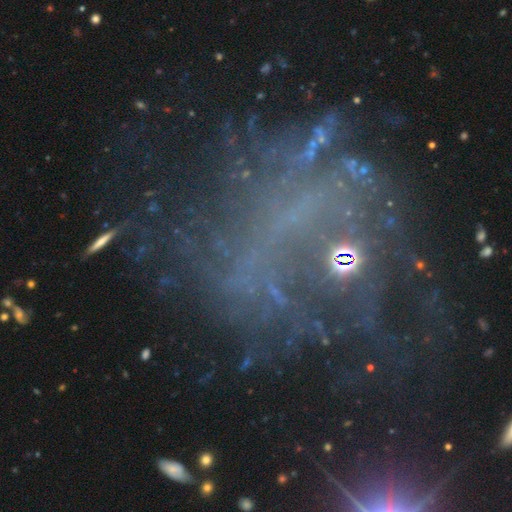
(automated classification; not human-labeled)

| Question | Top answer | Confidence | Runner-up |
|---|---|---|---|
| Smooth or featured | featured or disk | 49% | star or artifact (36%) |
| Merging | none | 52% | major disturbance (26%) |